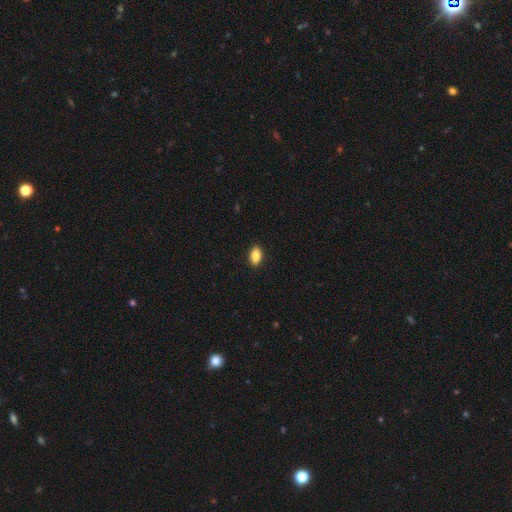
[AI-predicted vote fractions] smooth-or-featured: smooth: 88% | star or artifact: 7% | featured or disk: 5%
  how-rounded: in between: 90% | cigar-shaped: 5% | round: 4%
  merging: none: 90% | minor disturbance: 7% | major disturbance: 2% | merger: 1%